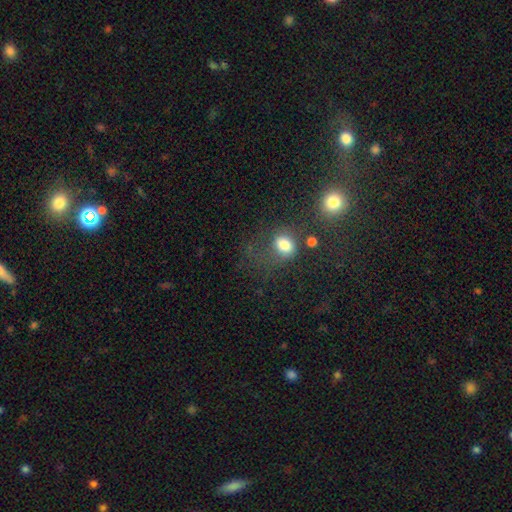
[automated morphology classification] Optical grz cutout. It shows a smooth galaxy with no disk features (61%) that is round (69%). Merging: none (45%).